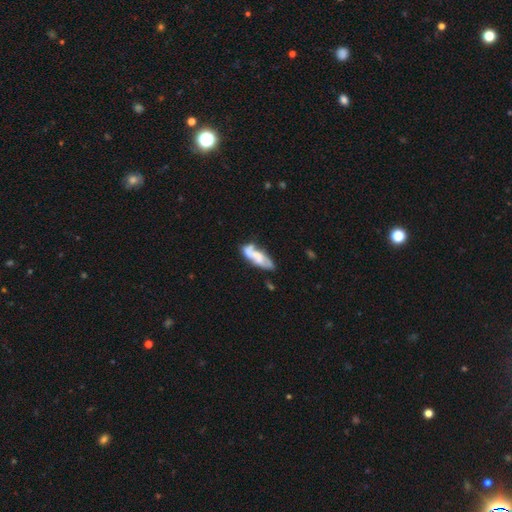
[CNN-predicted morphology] Smooth or featured? smooth (47%)
Merging? none (49%)